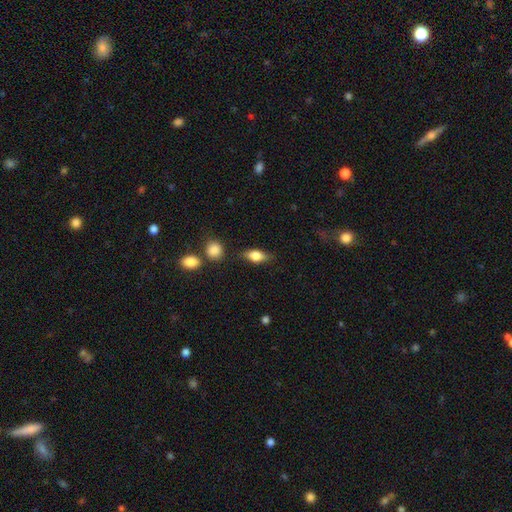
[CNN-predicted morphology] Smooth or featured?
  - smooth: 68% *
  - featured or disk: 24%
  - star or artifact: 8%
How rounded?
  - in between: 77% *
  - cigar-shaped: 13%
  - round: 10%
Merging?
  - none: 77% *
  - minor disturbance: 15%
  - major disturbance: 4%
  - merger: 3%